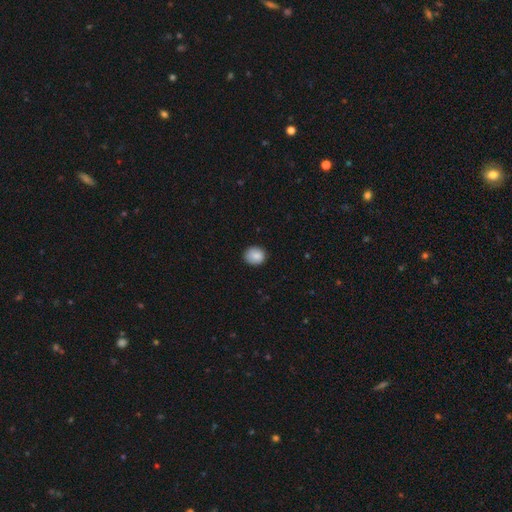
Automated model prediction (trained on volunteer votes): Q: Smooth or featured?
A: smooth (86%); runner-up: star or artifact (8%)
Q: How rounded?
A: round (80%); runner-up: in between (19%)
Q: Merging?
A: none (86%); runner-up: minor disturbance (11%)